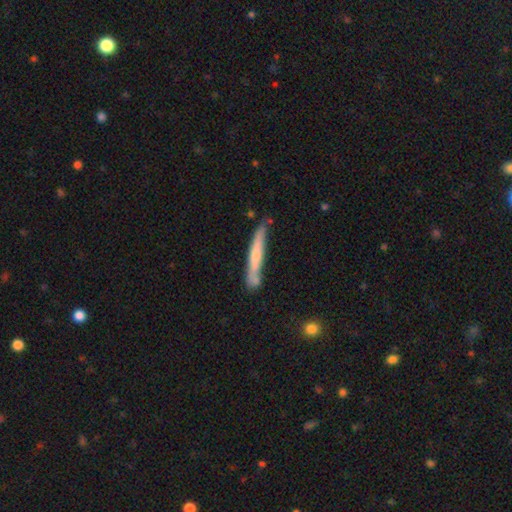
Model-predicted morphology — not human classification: Smooth or featured: smooth — 54% (featured or disk — 40%)
How rounded: cigar-shaped — 95% (in between — 3%)
Merging: none — 69% (minor disturbance — 18%)